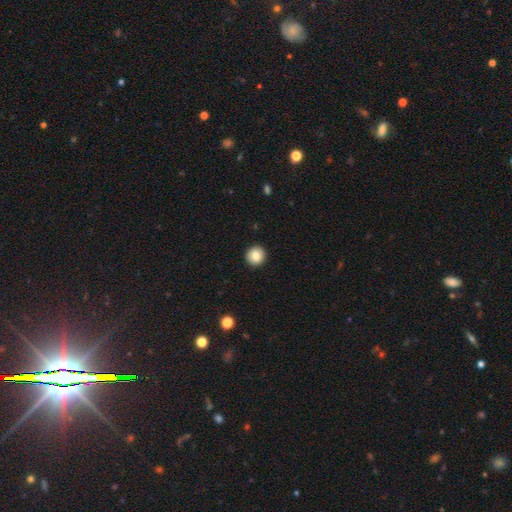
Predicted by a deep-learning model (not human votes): Q: Smooth or featured?
A: smooth (85%); runner-up: star or artifact (8%)
Q: How rounded?
A: round (93%); runner-up: in between (6%)
Q: Merging?
A: none (93%); runner-up: minor disturbance (5%)